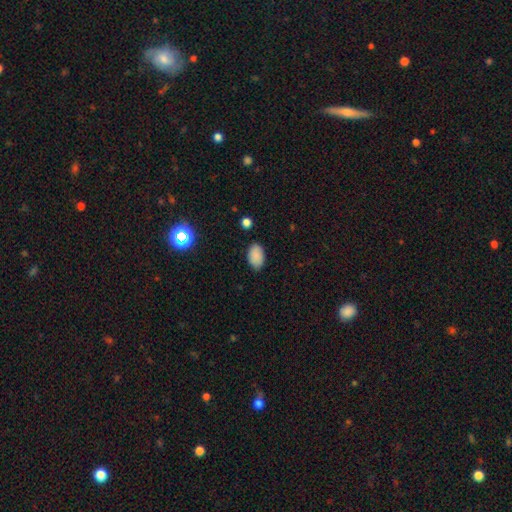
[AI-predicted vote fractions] The model was most divided on "merging": none: 85%, minor disturbance: 11%, major disturbance: 2%, merger: 1%. More confident: how rounded — in between (91%); smooth or featured — smooth (87%).